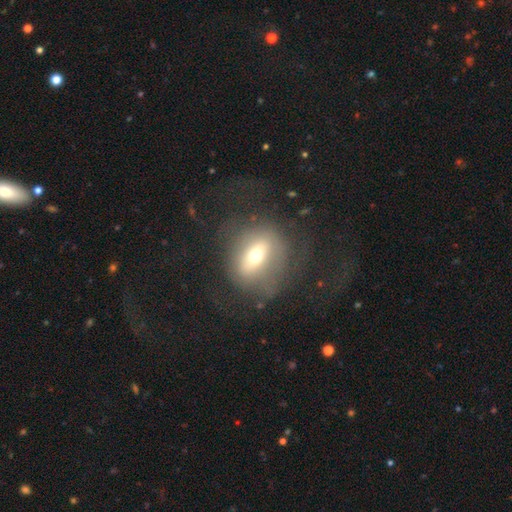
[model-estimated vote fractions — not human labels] smooth-or-featured: smooth: 50% | featured or disk: 38% | star or artifact: 12%
  merging: none: 55% | major disturbance: 25% | minor disturbance: 17% | merger: 2%